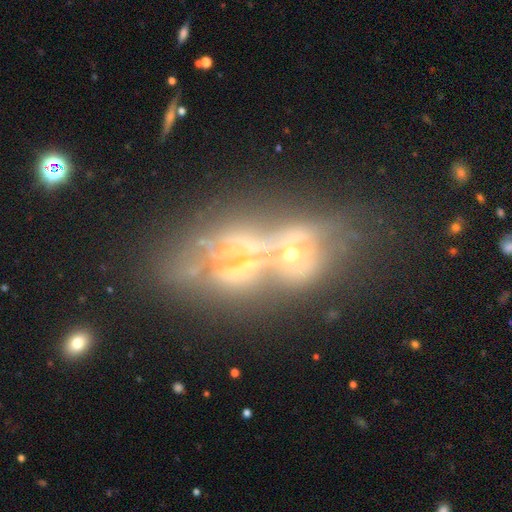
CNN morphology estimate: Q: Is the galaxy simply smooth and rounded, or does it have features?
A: featured or disk — 57%.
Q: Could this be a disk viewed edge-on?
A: no — 84%.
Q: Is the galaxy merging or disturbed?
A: merger — 49%.